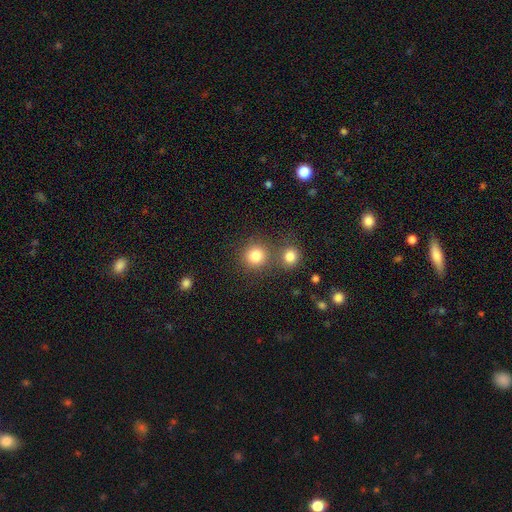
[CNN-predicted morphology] Overall: smooth (83%). How rounded: round (91%). Merging: none (69%).